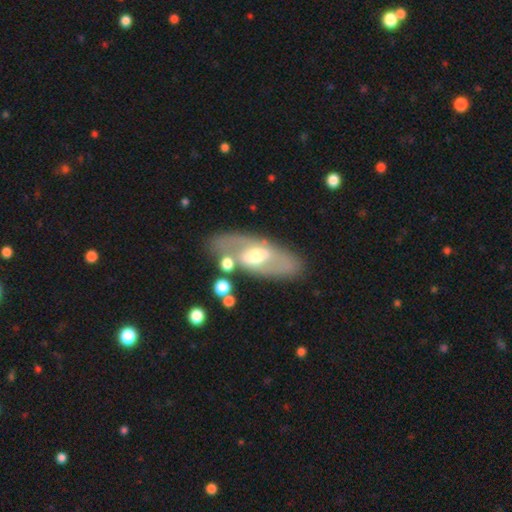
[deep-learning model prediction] Overall: featured or disk (65%; smooth 29%). Edge-on disk: no (84%). Bar: weak (39%; no 34%). Spiral arms: no (55%; yes 45%). Bulge size: moderate (65%). Merging: none (73%).